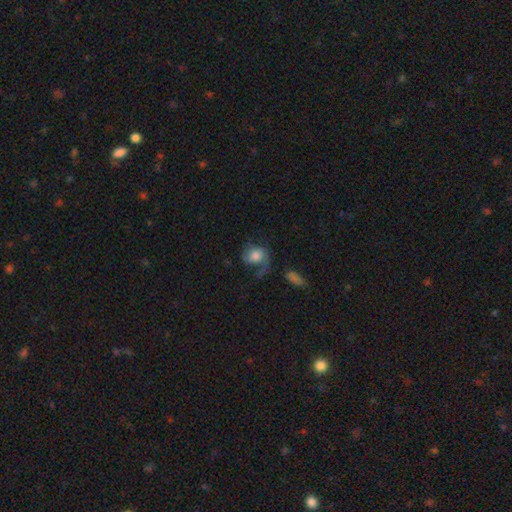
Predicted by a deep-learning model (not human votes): smooth_or_featured: featured or disk (p=0.56) [alt: smooth p=0.35]
disk_edge_on: no (p=0.97) [alt: yes p=0.03]
bar: no (p=0.76) [alt: weak p=0.21]
has_spiral_arms: yes (p=0.87) [alt: no p=0.13]
bulge_size: large (p=0.39) [alt: moderate p=0.34]
merging: none (p=0.38) [alt: major disturbance p=0.37]